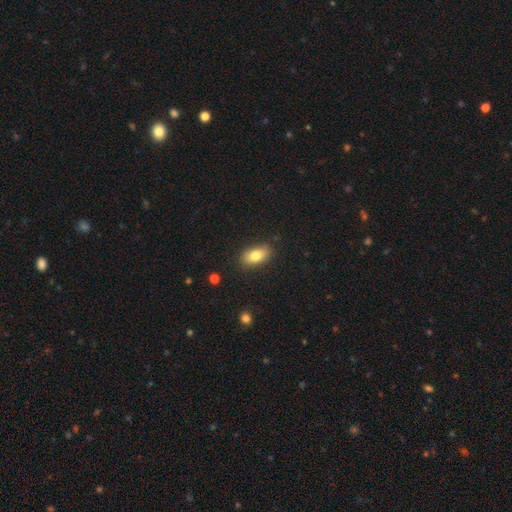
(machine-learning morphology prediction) type=smooth (80%); roundness=in between (89%); merging=none (86%).